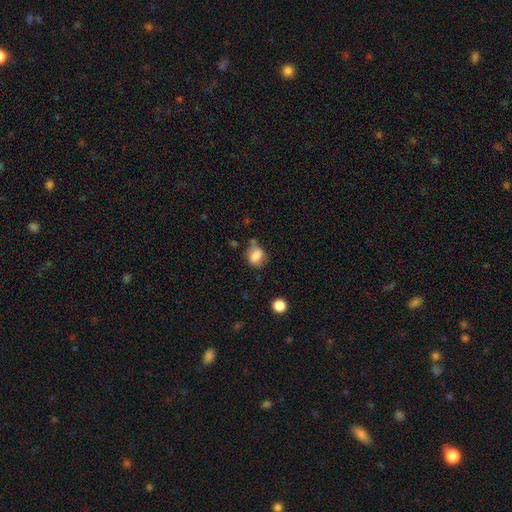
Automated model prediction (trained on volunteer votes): Morphology: type=smooth (74%); roundness=in between (52%); merging=none (44%).